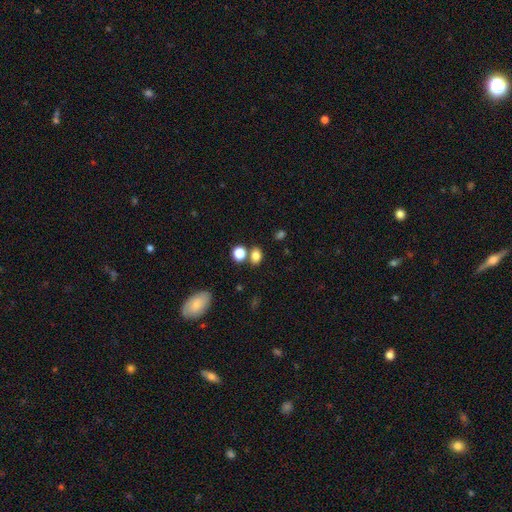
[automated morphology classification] smooth-or-featured: smooth: 81% | star or artifact: 13% | featured or disk: 6%
  how-rounded: in between: 60% | round: 38% | cigar-shaped: 1%
  merging: none: 66% | merger: 20% | minor disturbance: 10% | major disturbance: 4%